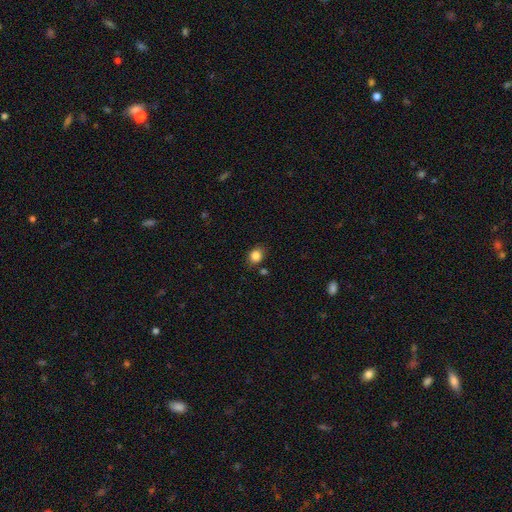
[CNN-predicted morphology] Smooth or featured? Predicted: smooth (p=0.84). How rounded? Predicted: round (p=0.50). Merging? Predicted: none (p=0.79).